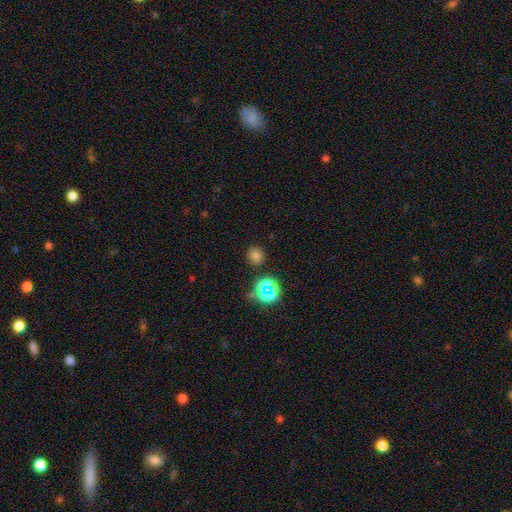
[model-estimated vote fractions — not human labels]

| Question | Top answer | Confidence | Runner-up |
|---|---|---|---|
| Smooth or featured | smooth | 72% | star or artifact (23%) |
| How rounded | round | 90% | in between (9%) |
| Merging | none | 88% | minor disturbance (7%) |